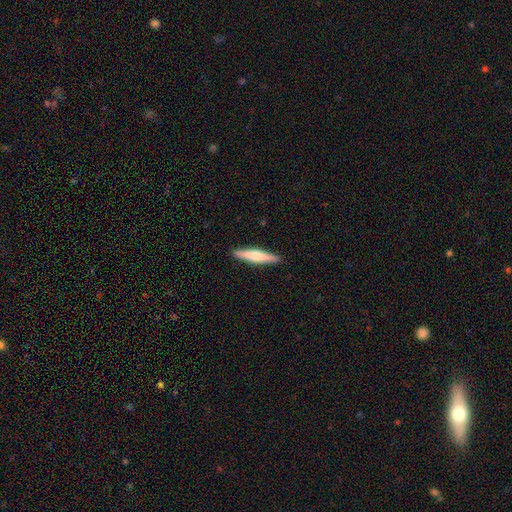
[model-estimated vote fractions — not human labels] Morphology: type=smooth (56%); roundness=cigar-shaped (89%); merging=none (91%).